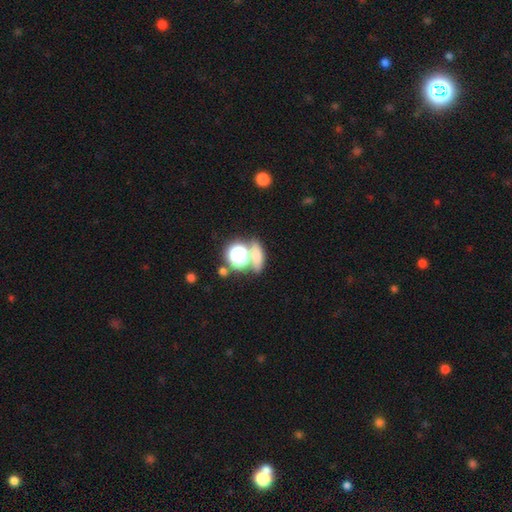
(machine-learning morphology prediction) Q: Smooth or featured?
A: smooth (62%); runner-up: star or artifact (24%)
Q: How rounded?
A: round (49%); runner-up: in between (36%)
Q: Merging?
A: none (56%); runner-up: merger (26%)